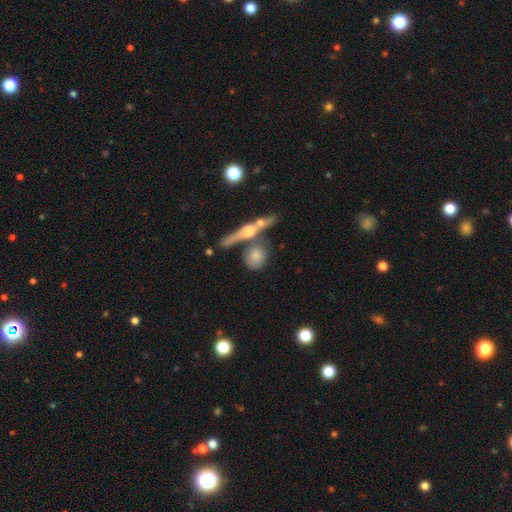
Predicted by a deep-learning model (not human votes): This appears to be a smooth galaxy with no disk features (61%) that is round (57%). Merging: none (48%).